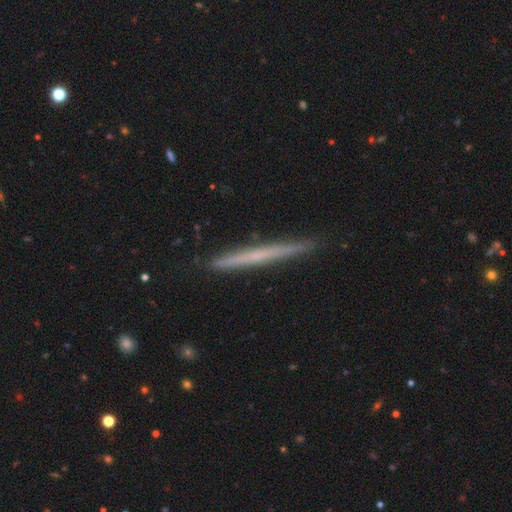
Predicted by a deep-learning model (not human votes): This is possibly a featured or disk galaxy (52%). It is clearly viewed edge-on (97%). Edge-on bulge: clearly none (85%). Merging: clearly none (88%).